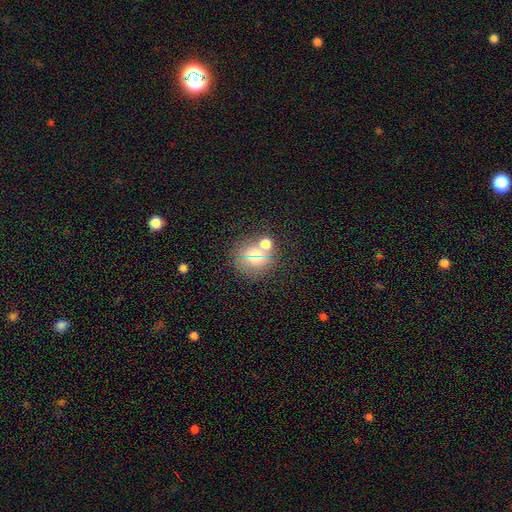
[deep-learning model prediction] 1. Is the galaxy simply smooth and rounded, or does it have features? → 57% smooth, 27% star or artifact, 16% featured or disk.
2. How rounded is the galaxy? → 78% round, 20% in between, 2% cigar-shaped.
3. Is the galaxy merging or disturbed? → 60% none, 24% merger, 11% minor disturbance, 6% major disturbance.